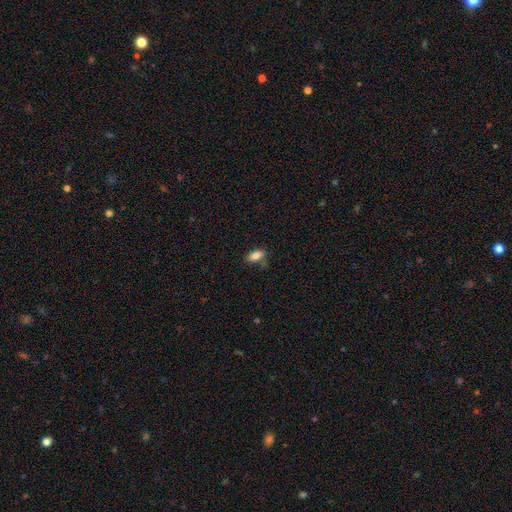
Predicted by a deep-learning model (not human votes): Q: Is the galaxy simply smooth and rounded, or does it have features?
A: smooth — 84%.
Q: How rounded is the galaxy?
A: in between — 89%.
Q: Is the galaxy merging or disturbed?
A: none — 70%.